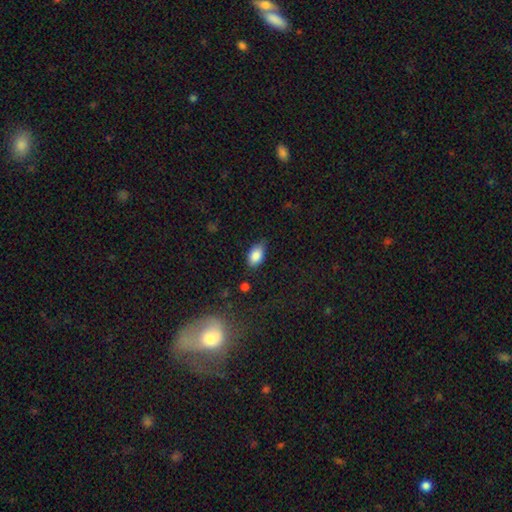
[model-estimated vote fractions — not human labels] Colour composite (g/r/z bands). It shows a smooth galaxy with no disk features (86%) that is in between round and cigar-shaped (91%). Merging: none (69%).